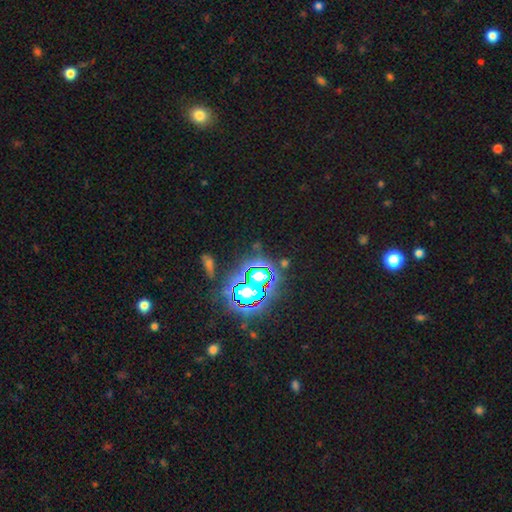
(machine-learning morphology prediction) Smooth or featured? star or artifact (81%)